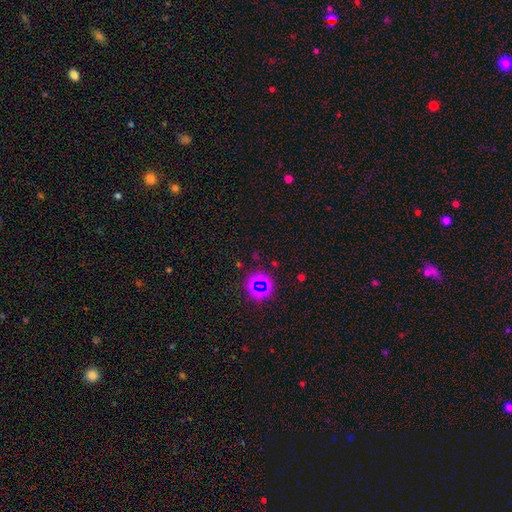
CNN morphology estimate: type=star or artifact (65%).